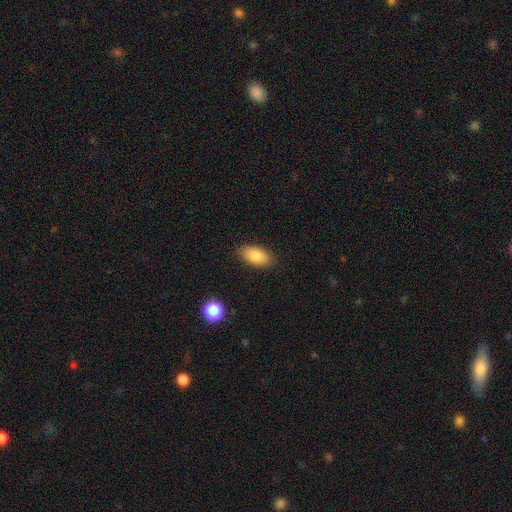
smooth-or-featured: smooth: 85% | featured or disk: 13% | star or artifact: 3%
  how-rounded: in between: 94% | cigar-shaped: 6% | round: 0%
  merging: none: 89% | minor disturbance: 8% | major disturbance: 3% | merger: 0%